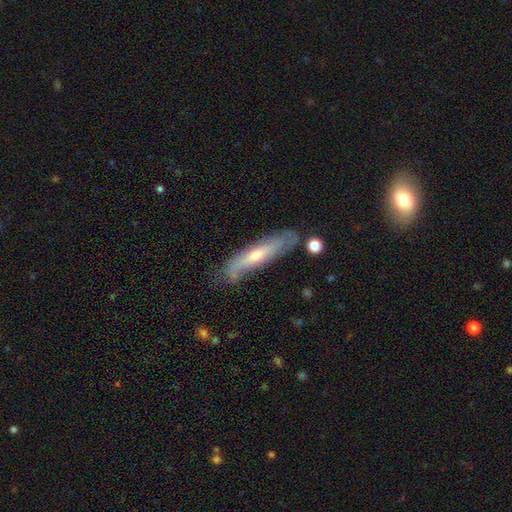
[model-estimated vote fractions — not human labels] smooth_or_featured: featured or disk (p=0.61) [alt: smooth p=0.32]
disk_edge_on: yes (p=0.53) [alt: no p=0.47]
merging: none (p=0.69) [alt: minor disturbance p=0.21]